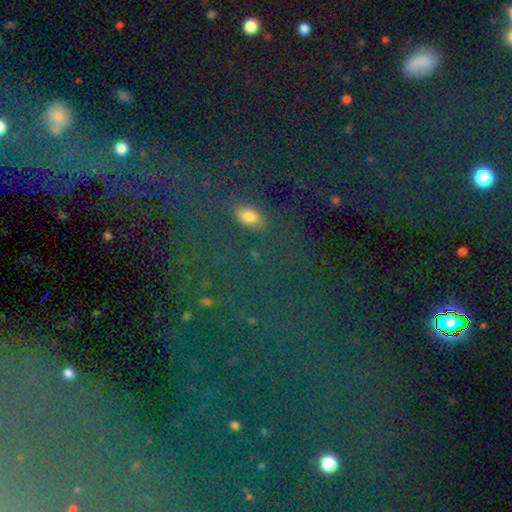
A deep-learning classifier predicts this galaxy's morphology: Overall: star or artifact (74%).